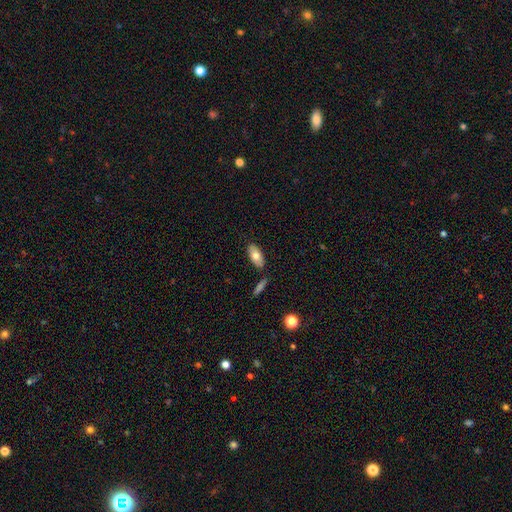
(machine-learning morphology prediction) smooth 74%, featured or disk 20%, star or artifact 6%. Down the decision tree: how rounded — in between (90%); merging — none (81%).